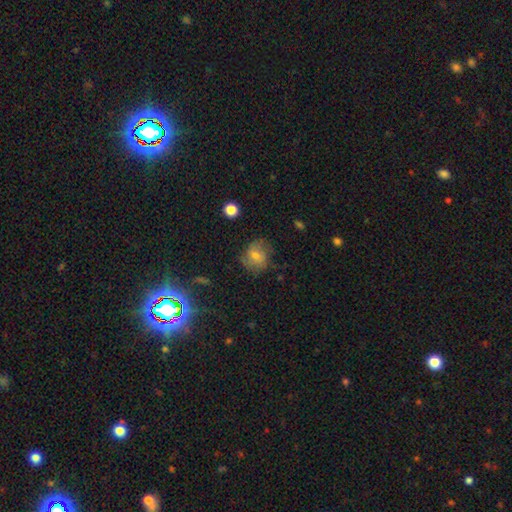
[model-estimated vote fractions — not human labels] A featured or disk galaxy (40%). Merging: none (71%).